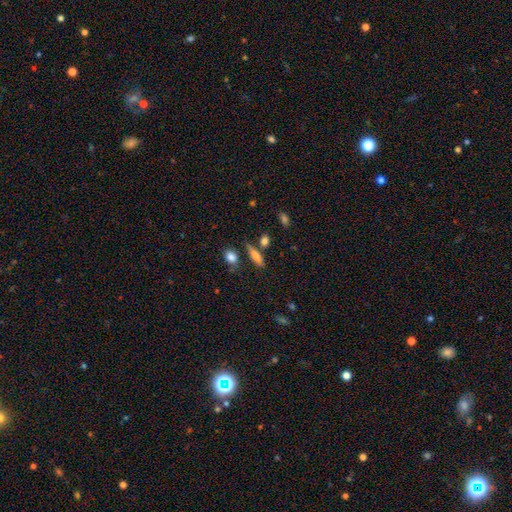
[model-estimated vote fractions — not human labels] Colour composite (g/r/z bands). It shows a smooth galaxy with no disk features (66%) that is cigar-shaped (51%). Merging: none (68%).